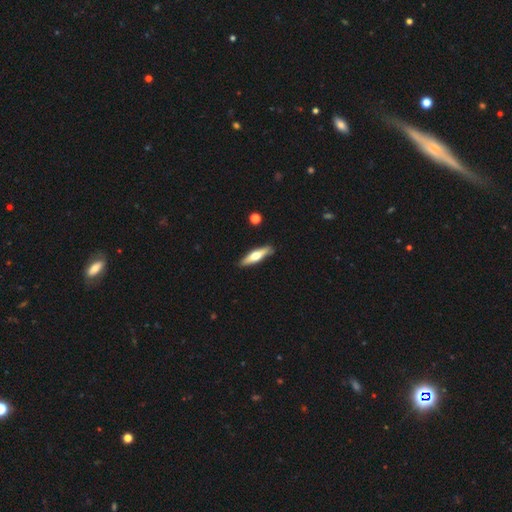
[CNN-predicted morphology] Smooth or featured? Predicted: smooth (p=0.48). Merging? Predicted: none (p=0.87).